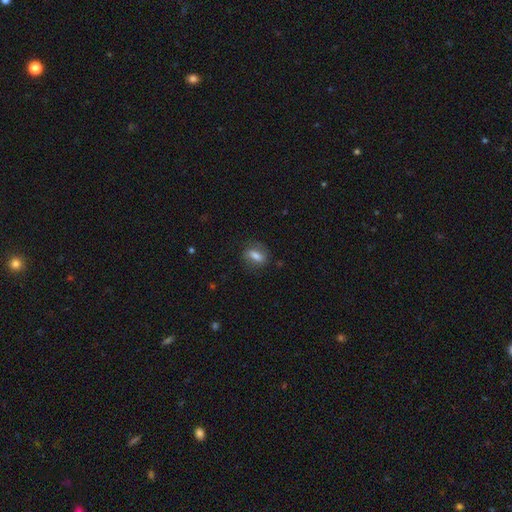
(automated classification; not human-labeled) smooth_or_featured: smooth (p=0.68) [alt: featured or disk p=0.23]
how_rounded: in between (p=0.73) [alt: round p=0.15]
merging: none (p=0.73) [alt: minor disturbance p=0.18]